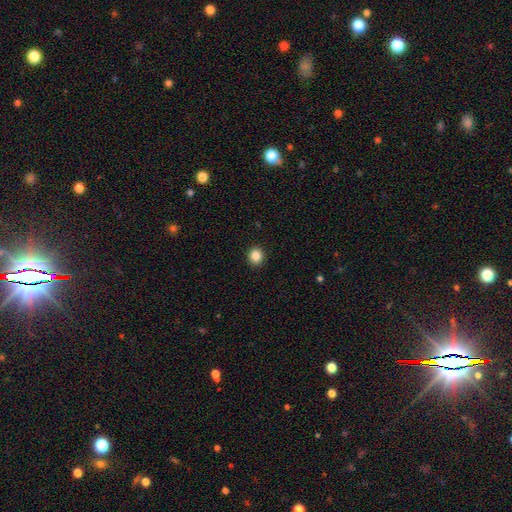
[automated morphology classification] smooth_or_featured: smooth (p=0.86) [alt: star or artifact p=0.10]
how_rounded: round (p=0.85) [alt: in between p=0.14]
merging: none (p=0.93) [alt: minor disturbance p=0.05]